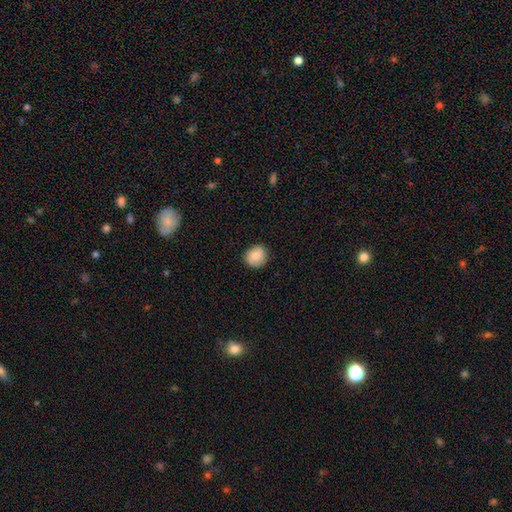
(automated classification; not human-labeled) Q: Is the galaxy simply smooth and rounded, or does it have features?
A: smooth — 83%.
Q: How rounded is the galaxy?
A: round — 85%.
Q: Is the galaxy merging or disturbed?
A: none — 86%.